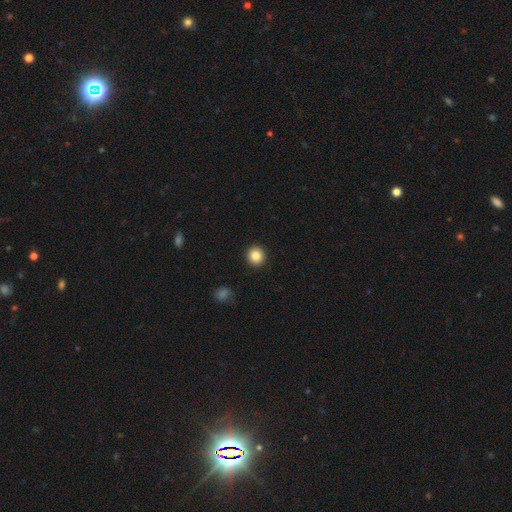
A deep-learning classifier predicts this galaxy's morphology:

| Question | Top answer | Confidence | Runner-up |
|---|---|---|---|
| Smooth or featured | smooth | 85% | star or artifact (10%) |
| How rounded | round | 93% | in between (6%) |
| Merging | none | 93% | minor disturbance (5%) |